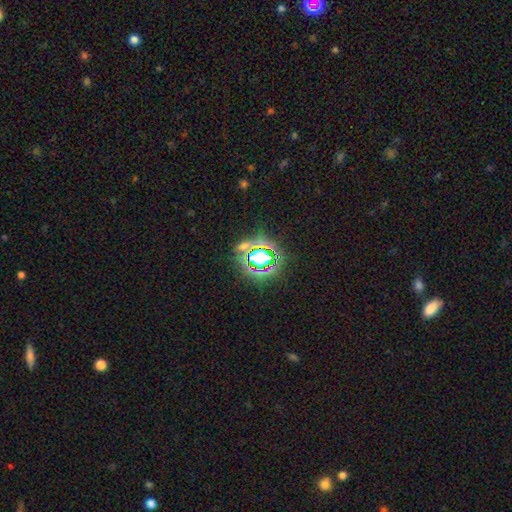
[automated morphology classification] star or artifact 73%, smooth 17%, featured or disk 10%.